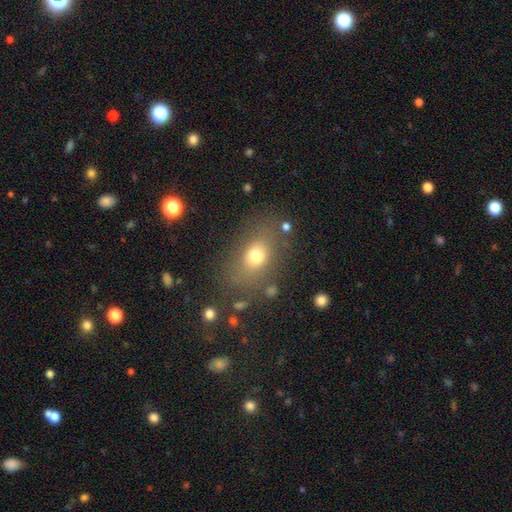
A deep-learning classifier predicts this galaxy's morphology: smooth-or-featured: smooth: 71% | featured or disk: 15% | star or artifact: 15%
  how-rounded: in between: 69% | round: 28% | cigar-shaped: 3%
  merging: none: 74% | minor disturbance: 15% | major disturbance: 8% | merger: 4%